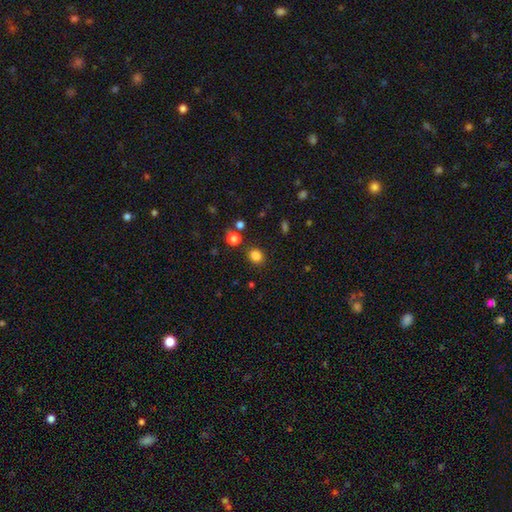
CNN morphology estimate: The model was most divided on "how rounded": round: 72%, in between: 27%, cigar-shaped: 1%. More confident: merging — none (84%); smooth or featured — smooth (82%).